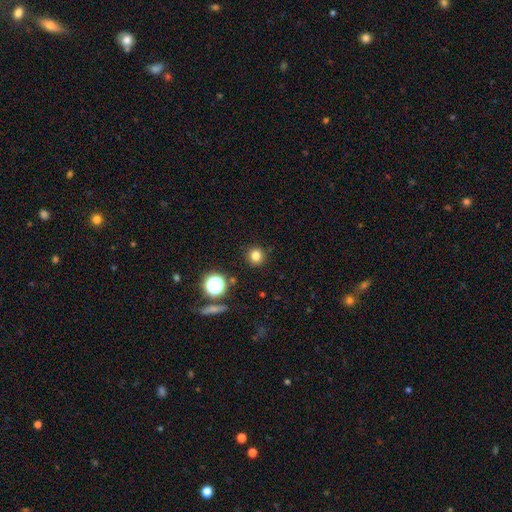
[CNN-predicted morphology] A smooth galaxy with no disk features (79%) that is round (93%).

Vote fractions:
- Smooth or featured? smooth: 79% / star or artifact: 15% / featured or disk: 6%
- How rounded? round: 93% / in between: 6% / cigar-shaped: 1%
- Merging? none: 91% / minor disturbance: 6% / major disturbance: 2% / merger: 2%